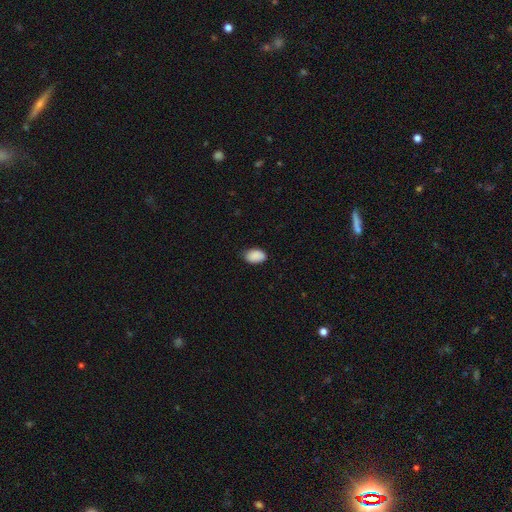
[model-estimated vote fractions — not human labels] Morphology: type=smooth (90%); roundness=in between (90%); merging=none (80%).